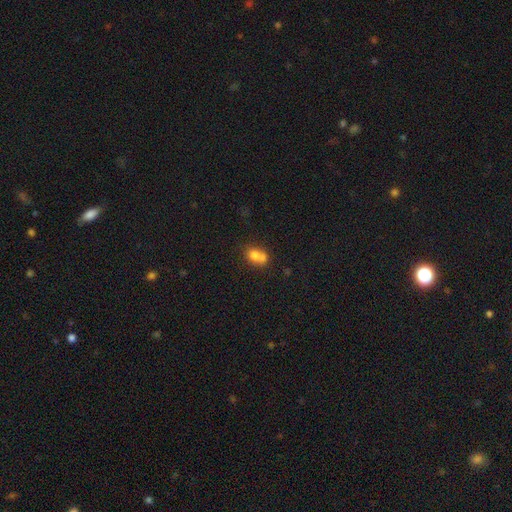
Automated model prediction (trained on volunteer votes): A smooth galaxy with no disk features (71%) that is round (54%).

Vote fractions:
- Smooth or featured? smooth: 71% / featured or disk: 18% / star or artifact: 11%
- How rounded? round: 54% / in between: 45% / cigar-shaped: 1%
- Merging? merger: 57% / none: 29% / minor disturbance: 10% / major disturbance: 4%